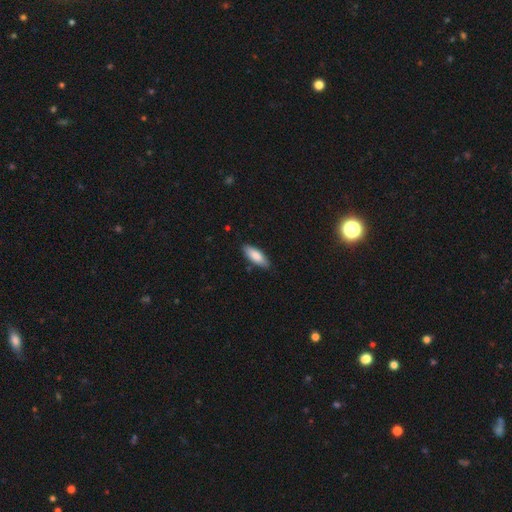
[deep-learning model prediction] smooth 84%, featured or disk 11%, star or artifact 5%. Down the decision tree: how rounded — in between (68%); merging — none (84%).